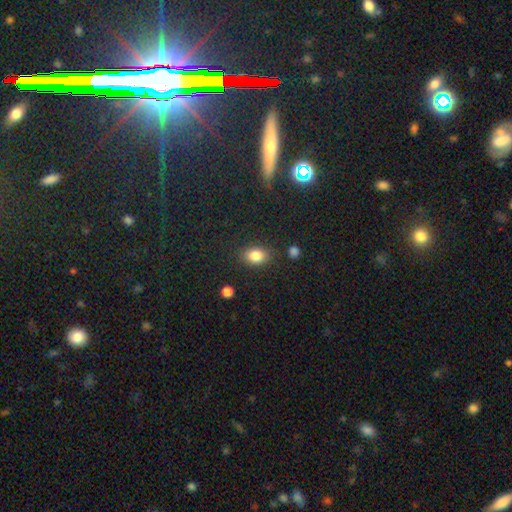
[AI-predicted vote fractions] A smooth galaxy with no disk features (83%) that is in between round and cigar-shaped (72%).

Vote fractions:
- Smooth or featured? smooth: 83% / star or artifact: 10% / featured or disk: 7%
- How rounded? in between: 72% / round: 26% / cigar-shaped: 1%
- Merging? none: 83% / minor disturbance: 11% / major disturbance: 3% / merger: 2%